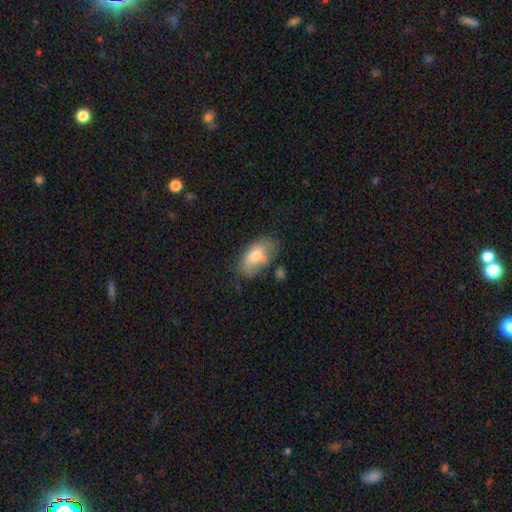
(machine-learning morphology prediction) Smooth or featured: smooth — 74% (featured or disk — 18%)
How rounded: in between — 92% (round — 4%)
Merging: none — 62% (minor disturbance — 23%)